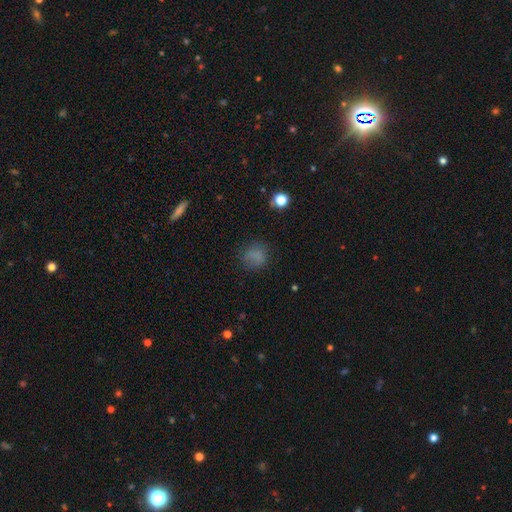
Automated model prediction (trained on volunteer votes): This appears to be a smooth galaxy with no disk features (75%) that is round (77%). Merging: none (71%).